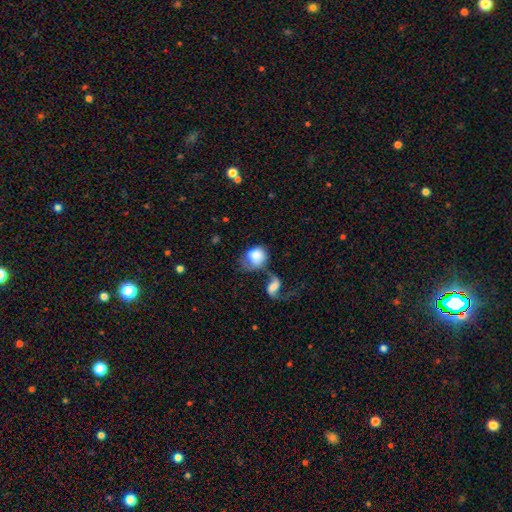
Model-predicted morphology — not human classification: This appears to be a smooth galaxy with no disk features (74%) that is in between round and cigar-shaped (50%). Merging: merger (42%).